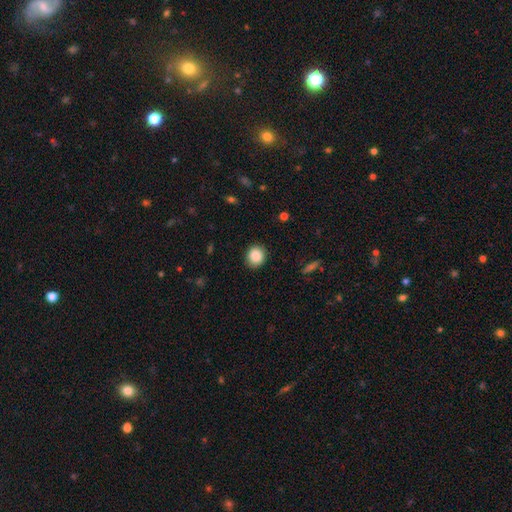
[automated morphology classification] smooth_or_featured: smooth (p=0.87) [alt: star or artifact p=0.09]
how_rounded: round (p=0.77) [alt: in between p=0.22]
merging: none (p=0.89) [alt: minor disturbance p=0.08]